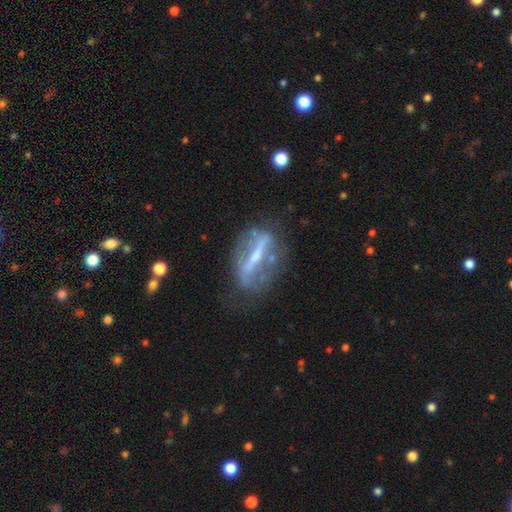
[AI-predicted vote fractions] smooth-or-featured: featured or disk: 74% | smooth: 17% | star or artifact: 9%
  disk-edge-on: no: 69% | yes: 31%
    bar: strong: 75% | weak: 15% | no: 9%
    has-spiral-arms: no: 61% | yes: 39%
    bulge-size: small: 46% | moderate: 28% | none: 21% | large: 4% | dominant: 2%
  merging: none: 59% | minor disturbance: 21% | major disturbance: 16% | merger: 4%